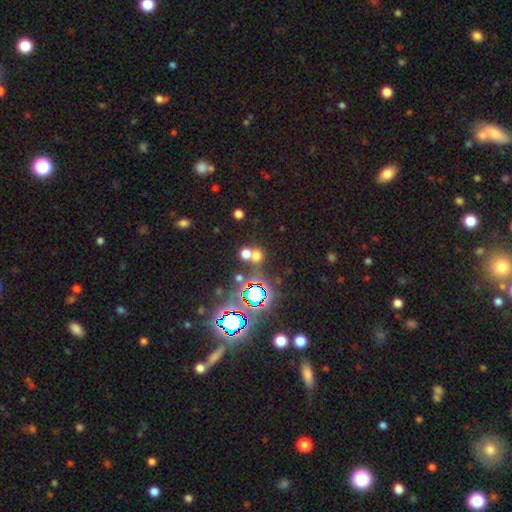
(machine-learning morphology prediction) smooth-or-featured: smooth: 52% | star or artifact: 38% | featured or disk: 10%
  how-rounded: round: 81% | in between: 18% | cigar-shaped: 1%
  merging: none: 52% | merger: 37% | minor disturbance: 7% | major disturbance: 4%